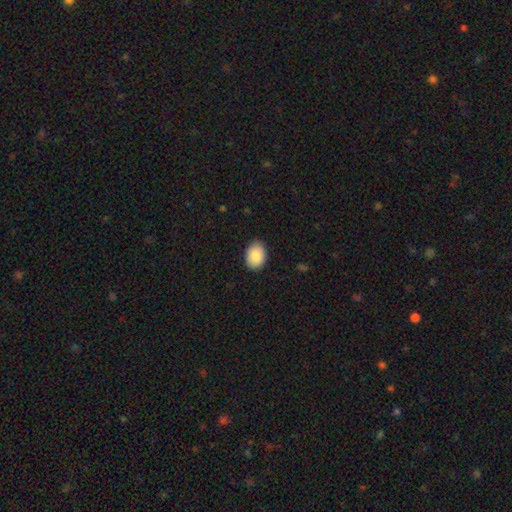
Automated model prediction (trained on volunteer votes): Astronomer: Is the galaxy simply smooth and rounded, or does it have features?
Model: smooth — 89%.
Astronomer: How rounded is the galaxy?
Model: in between — 77%.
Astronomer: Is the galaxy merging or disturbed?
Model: none — 87%.